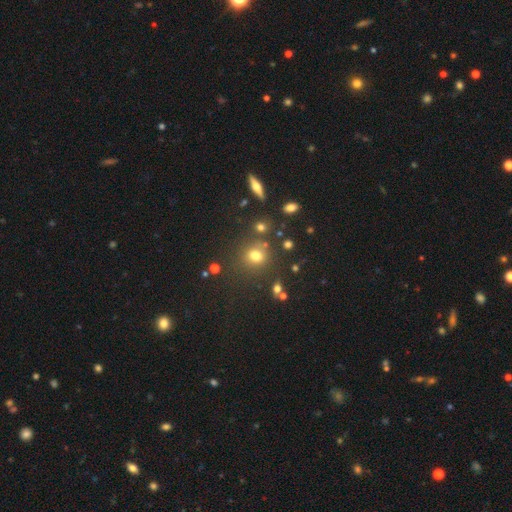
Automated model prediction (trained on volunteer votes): This appears to be a smooth galaxy with no disk features (71%) that is round (81%). Merging: none (75%).